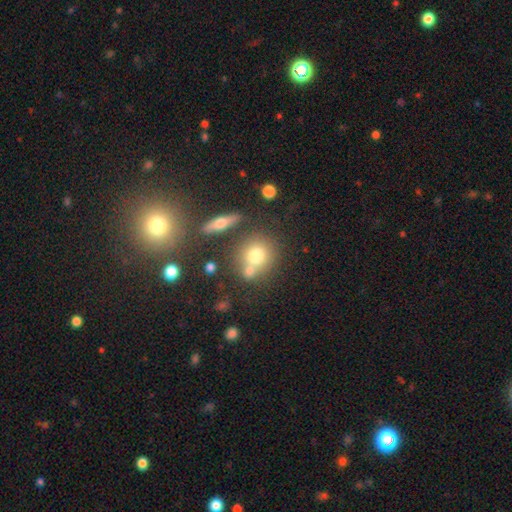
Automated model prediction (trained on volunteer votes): Smooth or featured?
  - smooth: 73% *
  - featured or disk: 16%
  - star or artifact: 12%
How rounded?
  - round: 80% *
  - in between: 18%
  - cigar-shaped: 2%
Merging?
  - none: 56% *
  - merger: 29%
  - minor disturbance: 11%
  - major disturbance: 5%